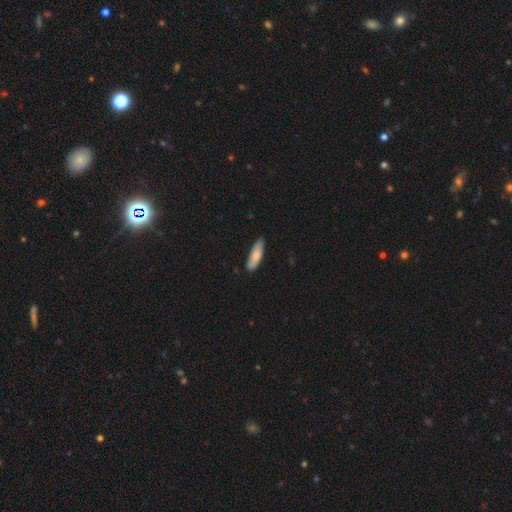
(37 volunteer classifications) Smooth or featured?
  - smooth: 84% *
  - featured or disk: 11%
  - star or artifact: 5%
How rounded?
  - cigar-shaped: 55% *
  - in between: 45%
  - round: 0%
Merging?
  - none: 77% *
  - minor disturbance: 20%
  - merger: 3%
  - major disturbance: 0%